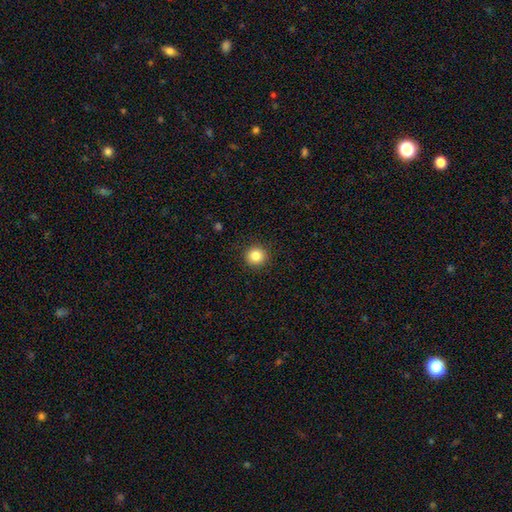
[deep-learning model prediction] This appears to be a smooth galaxy with no disk features (85%) that is round (95%). Merging: none (91%).